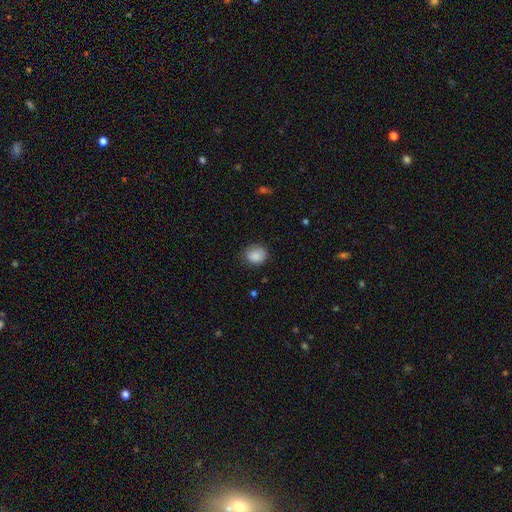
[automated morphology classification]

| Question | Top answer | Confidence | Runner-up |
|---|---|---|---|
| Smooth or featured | smooth | 87% | star or artifact (8%) |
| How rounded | round | 62% | in between (37%) |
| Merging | none | 77% | minor disturbance (18%) |